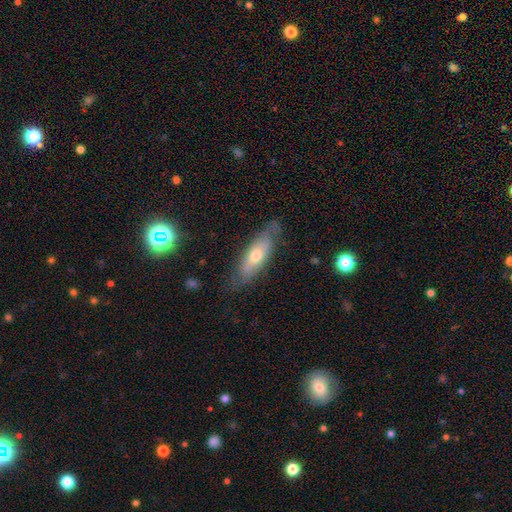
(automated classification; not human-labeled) smooth-or-featured: smooth: 55% | featured or disk: 37% | star or artifact: 8%
  how-rounded: in between: 57% | cigar-shaped: 40% | round: 2%
  merging: none: 73% | minor disturbance: 20% | major disturbance: 5% | merger: 2%